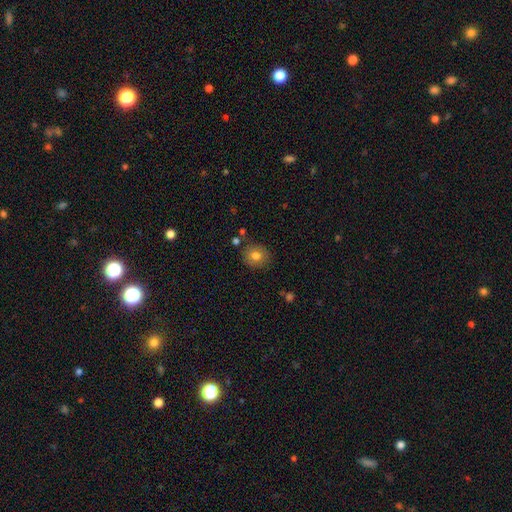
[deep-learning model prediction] smooth-or-featured: smooth: 78% | featured or disk: 12% | star or artifact: 10%
  how-rounded: round: 76% | in between: 23% | cigar-shaped: 1%
  merging: none: 82% | minor disturbance: 11% | merger: 4% | major disturbance: 3%